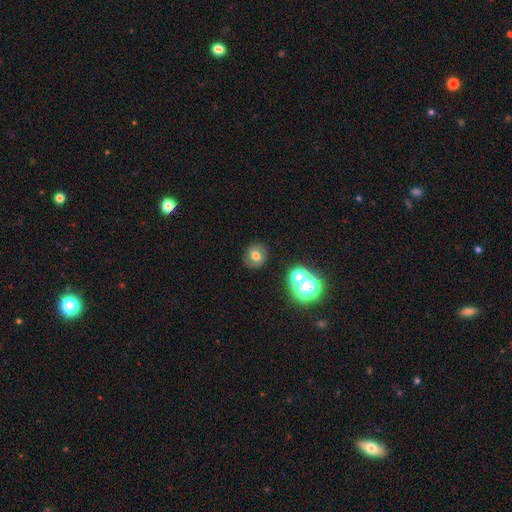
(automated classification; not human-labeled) The model was most divided on "smooth or featured": smooth: 63%, featured or disk: 21%, star or artifact: 17%. More confident: merging — none (85%); how rounded — round (85%).